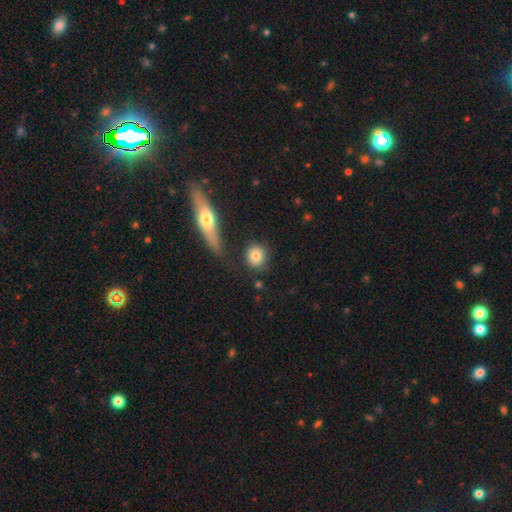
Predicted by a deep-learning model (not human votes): smooth 80%, featured or disk 12%, star or artifact 8%. Down the decision tree: how rounded — round (80%); merging — none (79%).